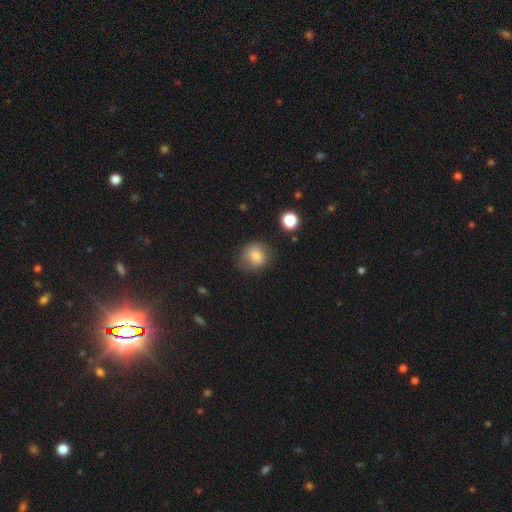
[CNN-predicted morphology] This appears to be a smooth galaxy with no disk features (75%) that is round (79%). Merging: none (74%).